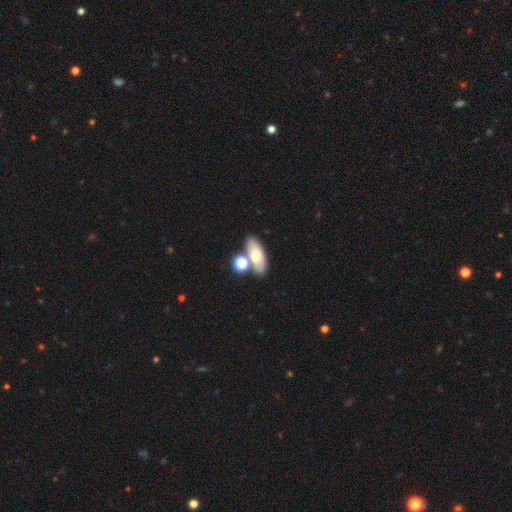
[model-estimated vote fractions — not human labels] Smooth or featured? Predicted: smooth (p=0.65). How rounded? Predicted: in between (p=0.76). Merging? Predicted: none (p=0.61).